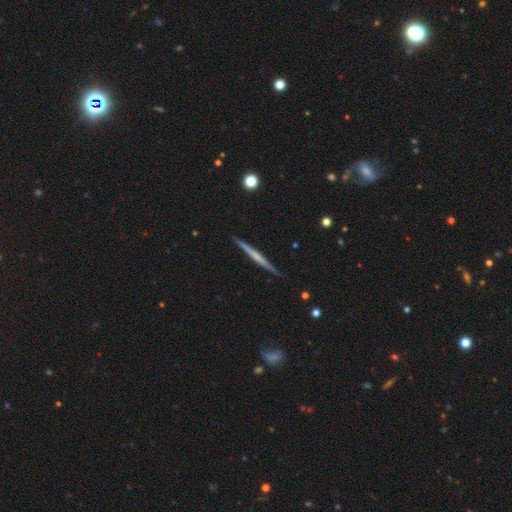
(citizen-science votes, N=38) A featured or disk galaxy (63%) viewed edge-on (100%) with no central bulge (62%). Merging: none (89%).